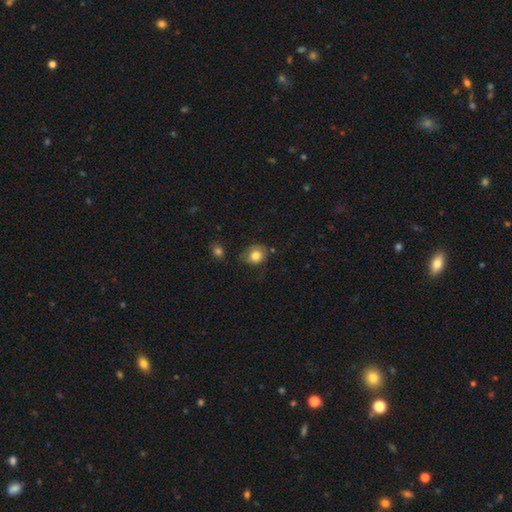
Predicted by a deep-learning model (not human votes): A smooth galaxy with no disk features (80%) that is round (60%). Merging: none (62%).